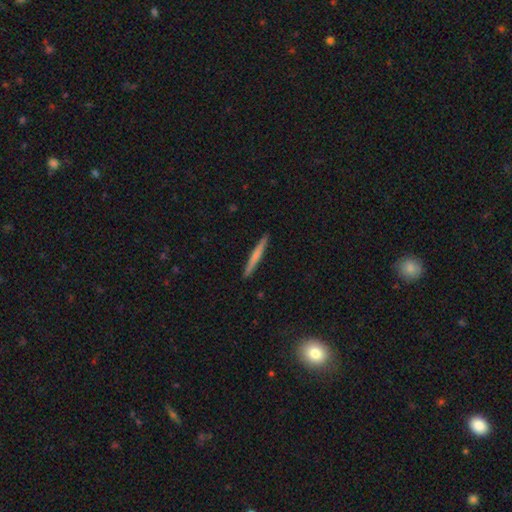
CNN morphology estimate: smooth 59%, featured or disk 36%, star or artifact 5%. Down the decision tree: how rounded — cigar-shaped (97%); merging — none (92%).